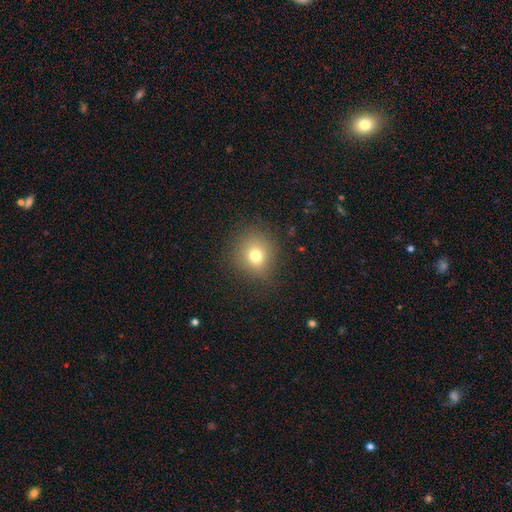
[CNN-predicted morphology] Overall: smooth (74%). How rounded: round (85%). Merging: none (84%).